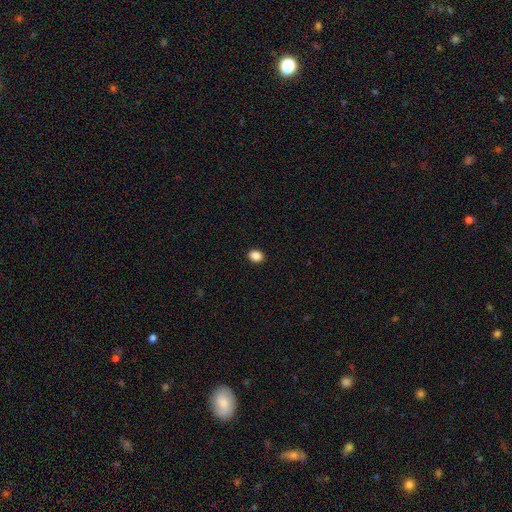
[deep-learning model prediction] Smooth or featured? Predicted: smooth (p=0.88). How rounded? Predicted: round (p=0.50). Merging? Predicted: none (p=0.92).